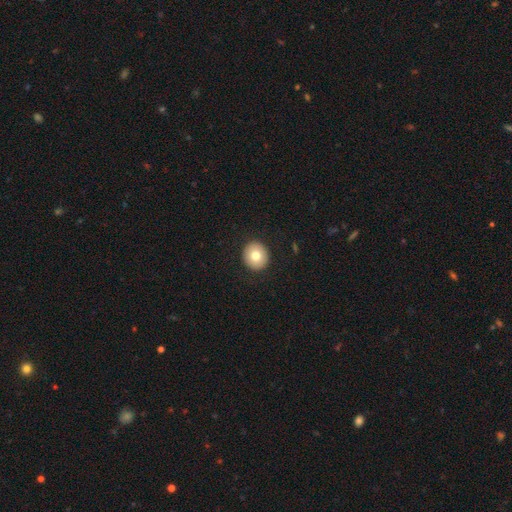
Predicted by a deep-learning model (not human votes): A smooth galaxy with no disk features (77%) that is round (90%).

Vote fractions:
- Smooth or featured? smooth: 77% / featured or disk: 15% / star or artifact: 9%
- How rounded? round: 90% / in between: 9% / cigar-shaped: 1%
- Merging? none: 92% / minor disturbance: 5% / major disturbance: 2% / merger: 1%